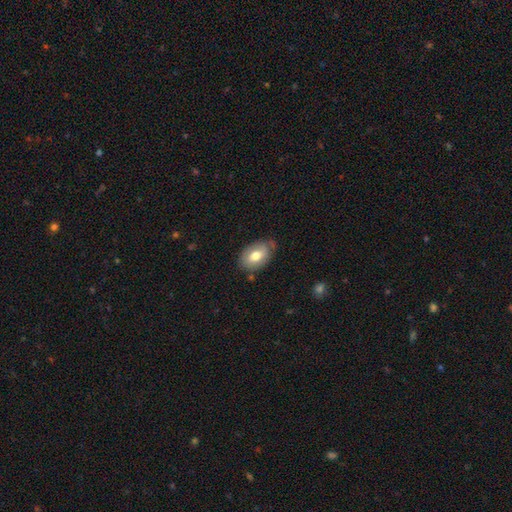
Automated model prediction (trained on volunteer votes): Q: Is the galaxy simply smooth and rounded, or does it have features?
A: smooth — 69%.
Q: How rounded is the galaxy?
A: in between — 90%.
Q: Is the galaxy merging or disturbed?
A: none — 67%.